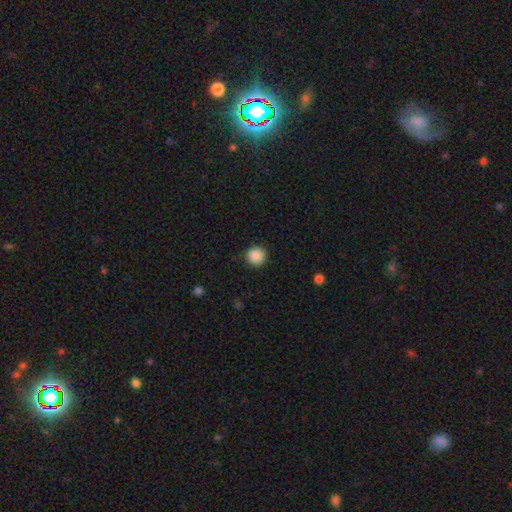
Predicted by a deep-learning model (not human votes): Smooth or featured: smooth — 88% (star or artifact — 9%)
How rounded: round — 94% (in between — 5%)
Merging: none — 90% (minor disturbance — 7%)